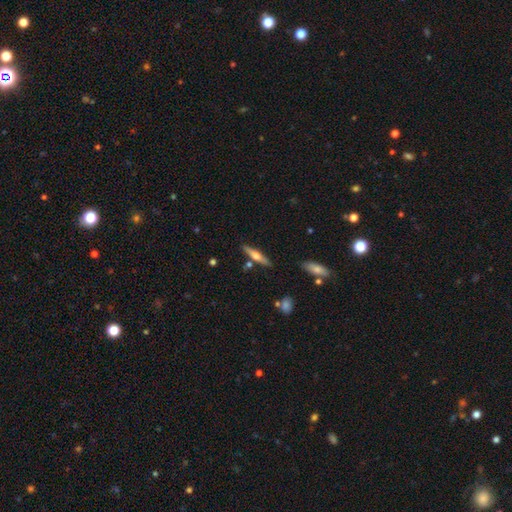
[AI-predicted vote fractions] smooth_or_featured: featured or disk (p=0.50) [alt: smooth p=0.44]
merging: none (p=0.79) [alt: minor disturbance p=0.11]